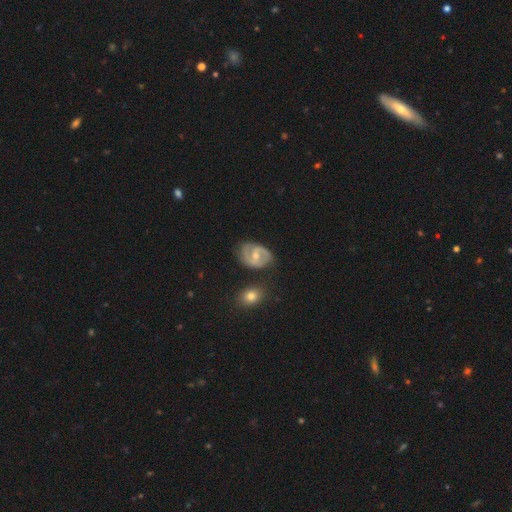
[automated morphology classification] Smooth or featured? Predicted: featured or disk (p=0.81). Edge-on disk? Predicted: no (p=0.97). Bar? Predicted: weak (p=0.51). Spiral arms? Predicted: yes (p=0.93). Spiral winding? Predicted: medium (p=0.52). Spiral arm count? Predicted: 2 (p=0.83). Bulge size? Predicted: small (p=0.50). Merging? Predicted: none (p=0.70).